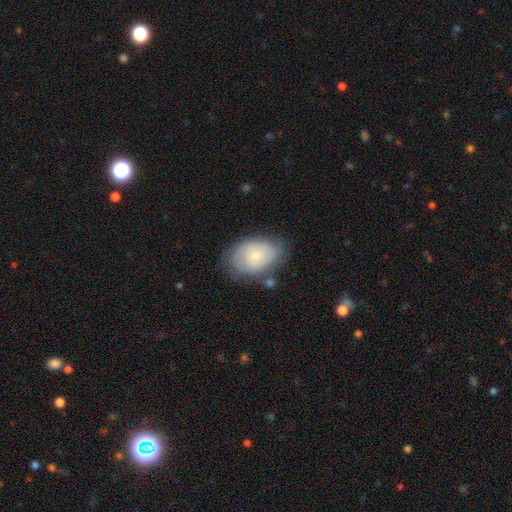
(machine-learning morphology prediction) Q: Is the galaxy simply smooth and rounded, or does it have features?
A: smooth — 59%.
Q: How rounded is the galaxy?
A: in between — 83%.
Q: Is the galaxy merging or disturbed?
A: none — 64%.